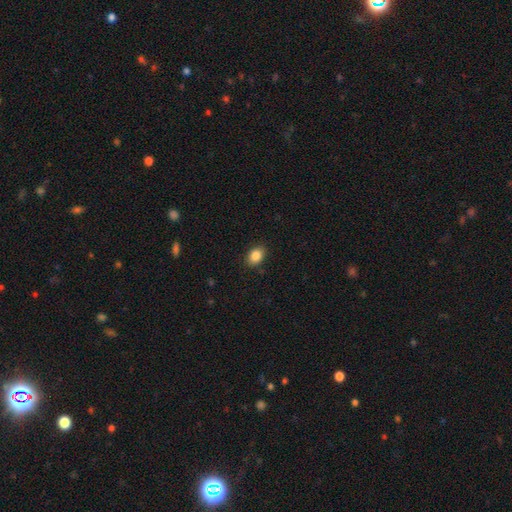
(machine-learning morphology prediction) Q: Smooth or featured?
A: smooth (87%); runner-up: star or artifact (9%)
Q: How rounded?
A: in between (75%); runner-up: round (24%)
Q: Merging?
A: none (87%); runner-up: minor disturbance (10%)